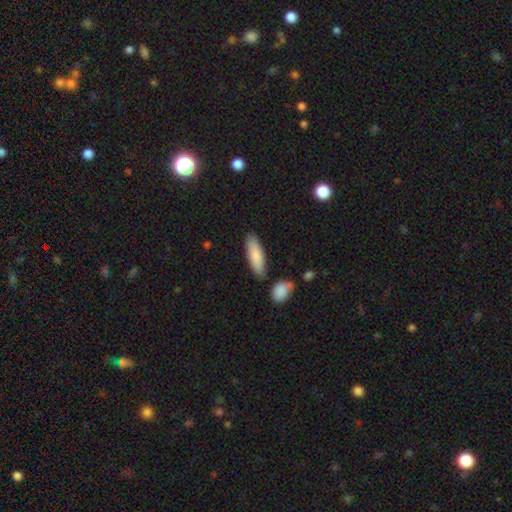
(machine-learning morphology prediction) type=smooth (84%); roundness=in between (49%, tied with cigar-shaped); merging=none (81%).